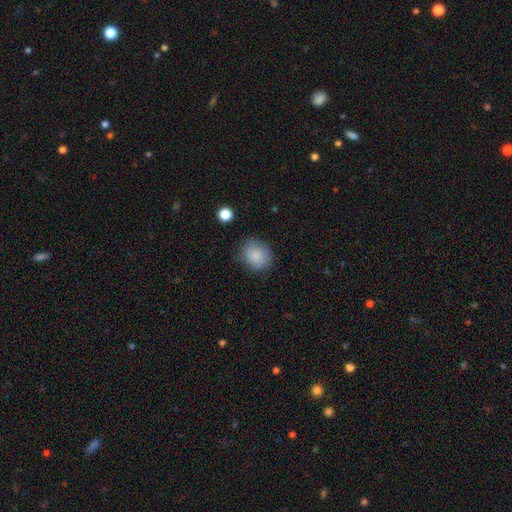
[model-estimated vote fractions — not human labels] The model was most divided on "merging": none: 73%, minor disturbance: 20%, major disturbance: 6%, merger: 2%. More confident: smooth or featured — smooth (84%); how rounded — round (76%).